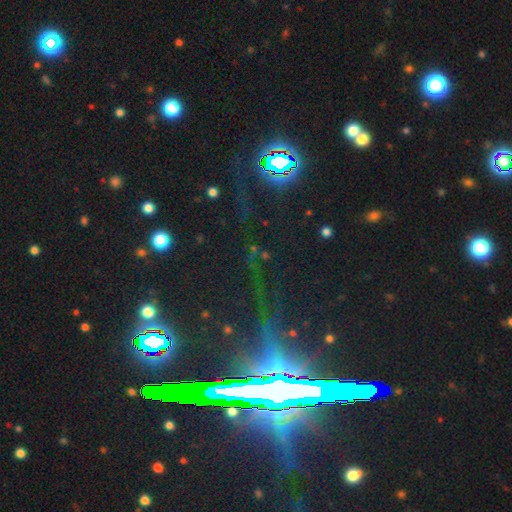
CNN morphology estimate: smooth-or-featured: star or artifact: 78% | featured or disk: 12% | smooth: 10%